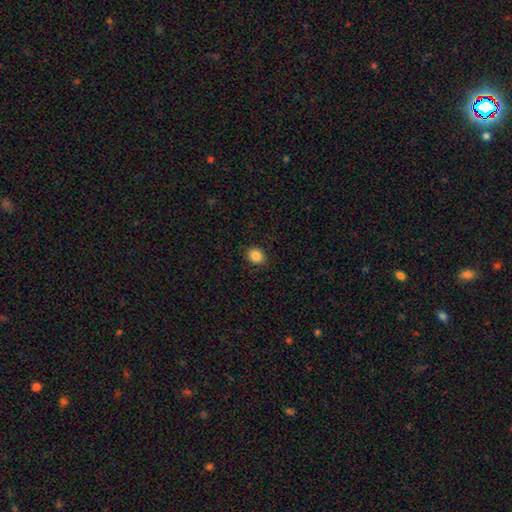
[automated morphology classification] smooth-or-featured: smooth: 86% | star or artifact: 10% | featured or disk: 4%
  how-rounded: round: 66% | in between: 33% | cigar-shaped: 1%
  merging: none: 90% | minor disturbance: 7% | major disturbance: 2% | merger: 1%